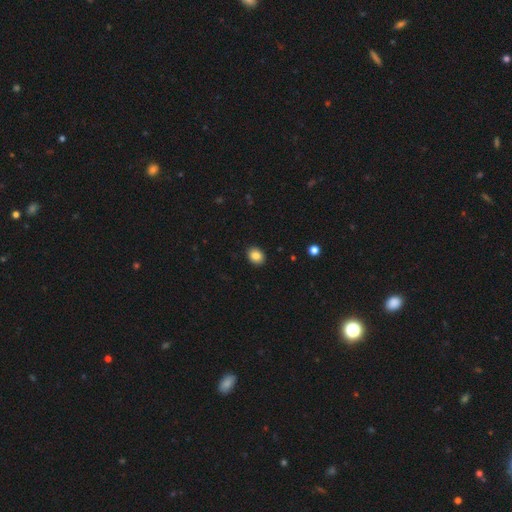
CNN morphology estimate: Overall: smooth (85%). How rounded: in between (52%; round 47%). Merging: none (91%).